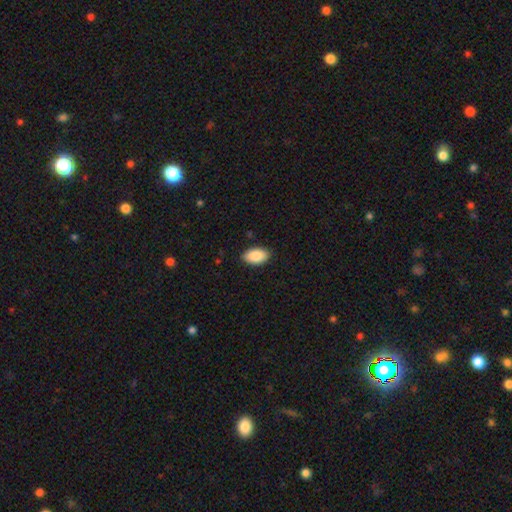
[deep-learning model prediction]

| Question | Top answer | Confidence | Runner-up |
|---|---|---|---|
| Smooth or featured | smooth | 88% | star or artifact (6%) |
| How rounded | in between | 94% | round (5%) |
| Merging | none | 88% | minor disturbance (9%) |